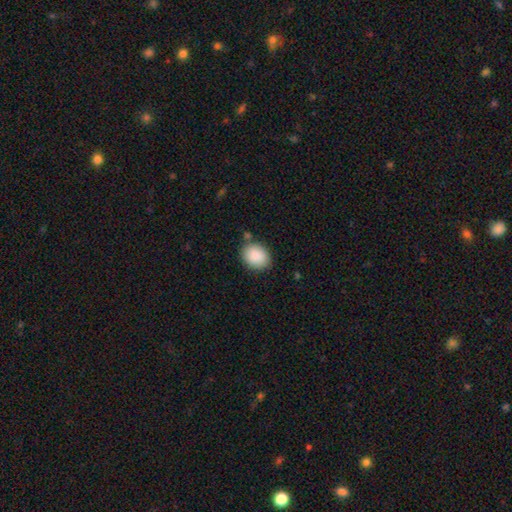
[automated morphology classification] smooth-or-featured: smooth: 89% | star or artifact: 7% | featured or disk: 4%
  how-rounded: round: 51% | in between: 48% | cigar-shaped: 1%
  merging: none: 80% | minor disturbance: 13% | merger: 4% | major disturbance: 3%